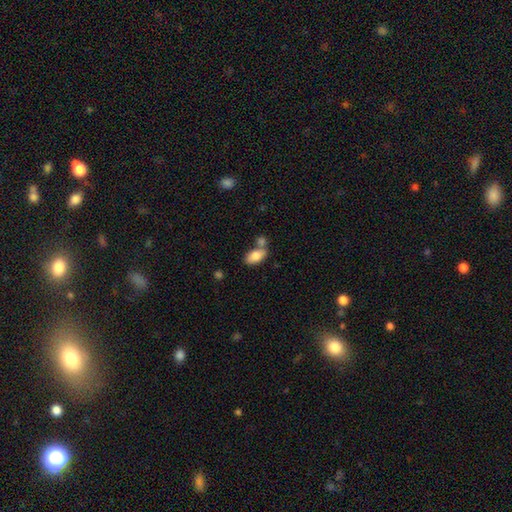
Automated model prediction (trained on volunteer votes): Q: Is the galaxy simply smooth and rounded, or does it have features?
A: smooth — 81%.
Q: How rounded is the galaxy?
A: in between — 92%.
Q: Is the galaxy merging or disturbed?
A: none — 50%.